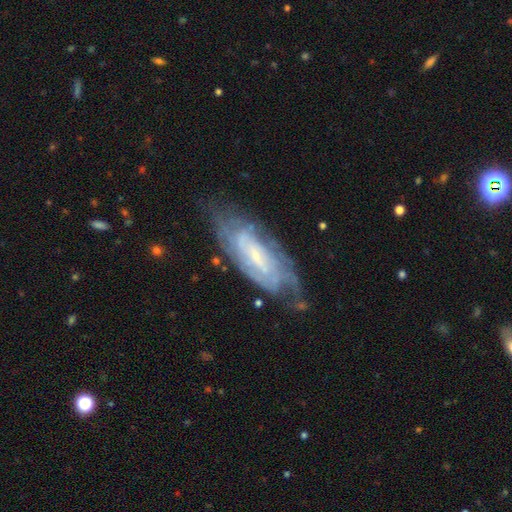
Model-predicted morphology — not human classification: smooth-or-featured: featured or disk: 82% | smooth: 12% | star or artifact: 7%
  disk-edge-on: no: 90% | yes: 10%
    bar: no: 42% | weak: 41% | strong: 17%
    has-spiral-arms: yes: 93% | no: 7%
      spiral-winding: tight: 67% | medium: 27% | loose: 6%
      spiral-arm-count: can't tell: 47% | 2: 21% | 3: 12% | 4: 11% | more than 4: 5% | 1: 4%
    bulge-size: small: 74% | moderate: 19% | none: 5% | large: 2% | dominant: 1%
  merging: none: 67% | minor disturbance: 22% | major disturbance: 9% | merger: 2%